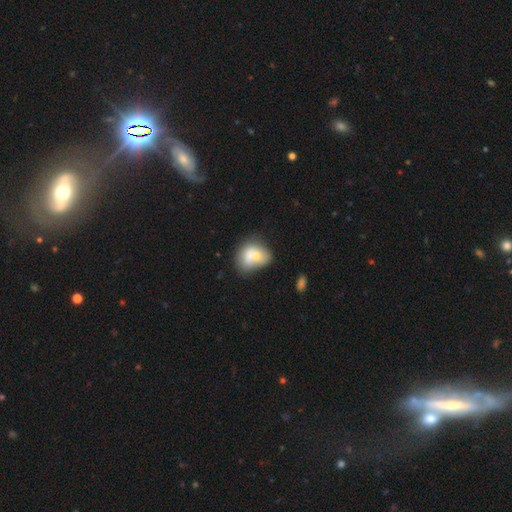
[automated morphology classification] Smooth or featured: smooth — 65% (featured or disk — 27%)
How rounded: in between — 54% (round — 45%)
Merging: merger — 44% (none — 30%)